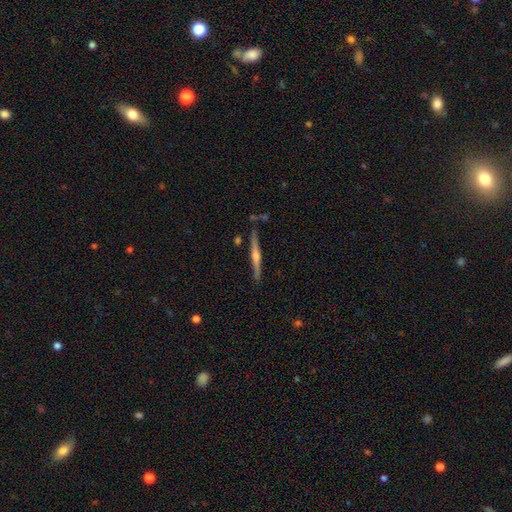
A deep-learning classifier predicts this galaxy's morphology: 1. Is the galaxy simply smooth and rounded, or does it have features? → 76% featured or disk, 19% smooth, 6% star or artifact.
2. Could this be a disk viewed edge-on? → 98% yes, 2% no.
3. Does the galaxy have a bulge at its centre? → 87% rounded, 7% none, 6% boxy.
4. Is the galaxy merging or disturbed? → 86% none, 9% minor disturbance, 3% merger, 2% major disturbance.